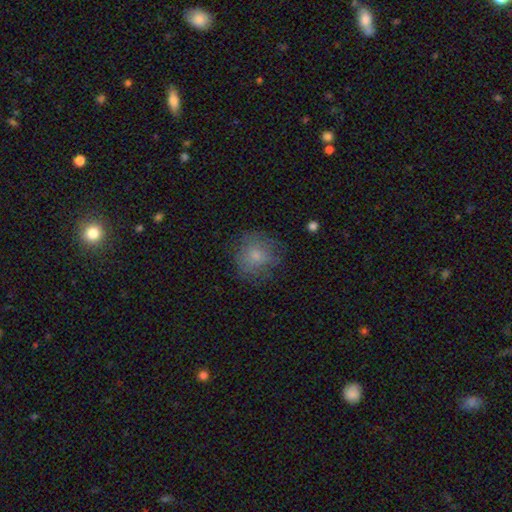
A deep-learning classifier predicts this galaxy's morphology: A smooth galaxy with no disk features (74%) that is round (86%).

Vote fractions:
- Smooth or featured? smooth: 74% / featured or disk: 16% / star or artifact: 10%
- How rounded? round: 86% / in between: 13% / cigar-shaped: 1%
- Merging? none: 70% / minor disturbance: 20% / major disturbance: 9% / merger: 1%